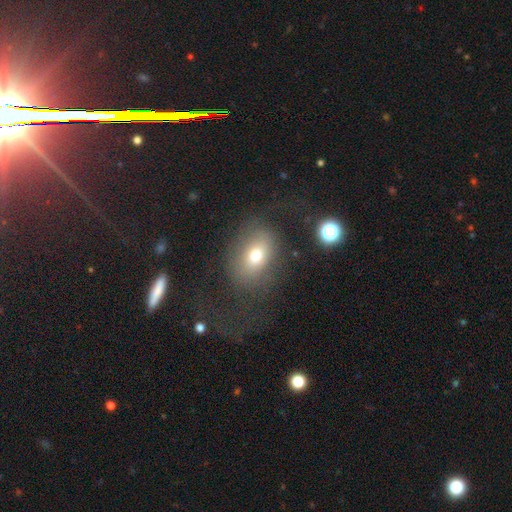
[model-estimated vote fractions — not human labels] Q: Smooth or featured?
A: smooth (68%); runner-up: featured or disk (19%)
Q: How rounded?
A: in between (66%); runner-up: round (32%)
Q: Merging?
A: none (57%); runner-up: major disturbance (24%)